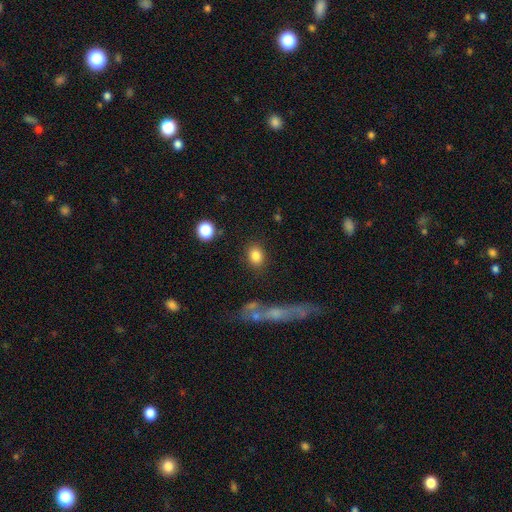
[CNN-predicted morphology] Smooth or featured: smooth — 84% (star or artifact — 10%)
How rounded: round — 51% (in between — 47%)
Merging: none — 85% (minor disturbance — 9%)